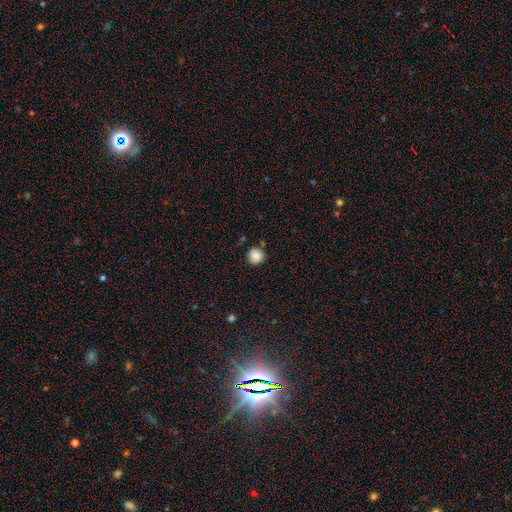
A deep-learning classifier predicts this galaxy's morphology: A smooth galaxy with no disk features (87%) that is round (92%). Merging: none (79%).